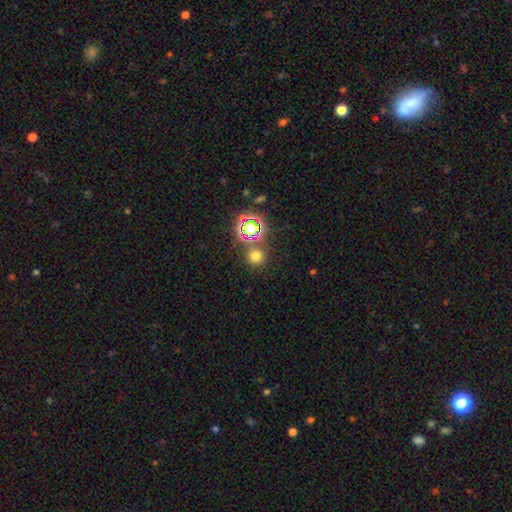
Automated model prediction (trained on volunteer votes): smooth-or-featured: smooth: 65% | star or artifact: 28% | featured or disk: 7%
  how-rounded: round: 91% | in between: 8% | cigar-shaped: 1%
  merging: none: 78% | merger: 11% | minor disturbance: 8% | major disturbance: 3%